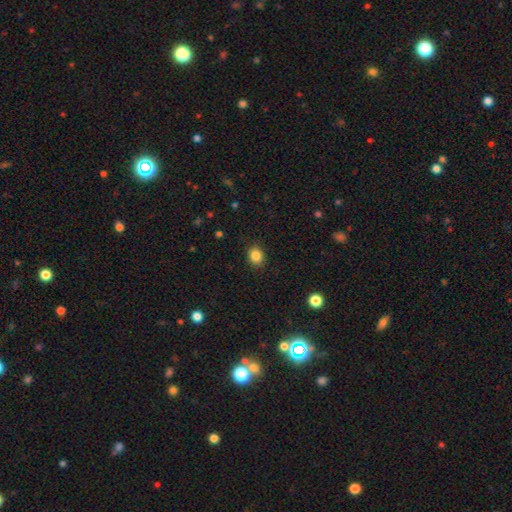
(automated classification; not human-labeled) This appears to be a smooth galaxy with no disk features (85%) that is round (59%). Merging: none (89%).